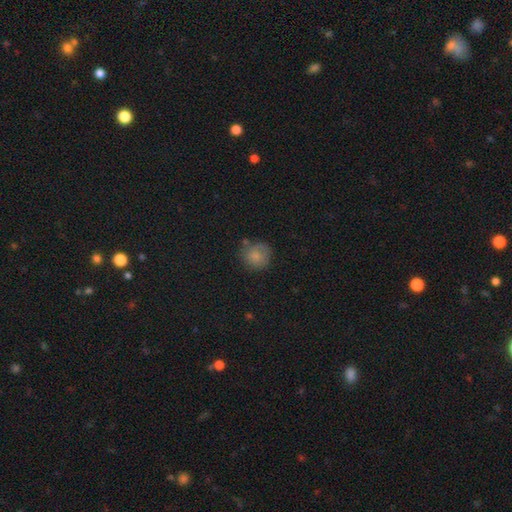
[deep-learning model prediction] smooth-or-featured: smooth: 77% | featured or disk: 13% | star or artifact: 10%
  how-rounded: round: 87% | in between: 12% | cigar-shaped: 1%
  merging: none: 63% | minor disturbance: 23% | major disturbance: 8% | merger: 6%